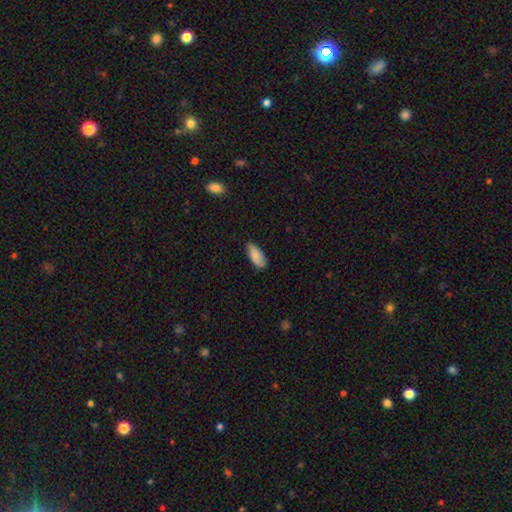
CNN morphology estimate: smooth 85%, featured or disk 9%, star or artifact 6%. Down the decision tree: how rounded — in between (89%); merging — none (75%).